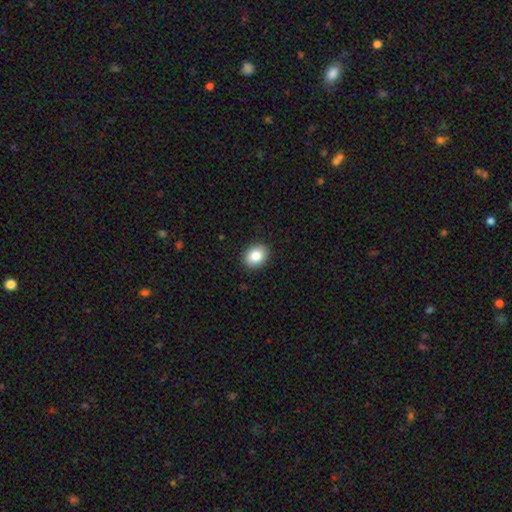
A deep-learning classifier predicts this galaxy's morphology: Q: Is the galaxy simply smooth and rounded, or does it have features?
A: smooth — 85%.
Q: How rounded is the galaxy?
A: in between — 56%.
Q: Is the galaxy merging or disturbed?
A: none — 91%.